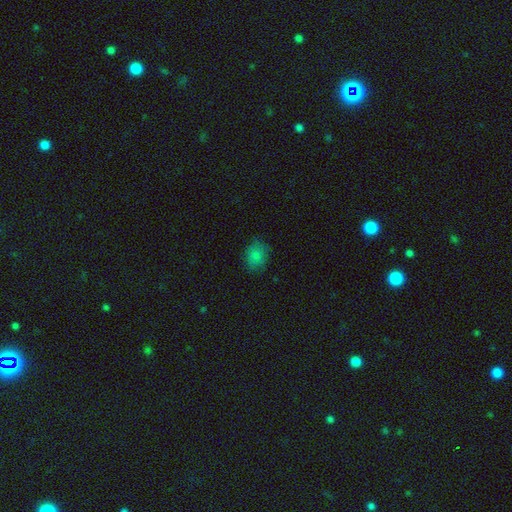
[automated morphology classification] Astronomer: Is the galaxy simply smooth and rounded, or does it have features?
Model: smooth — 82%.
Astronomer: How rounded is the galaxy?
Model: in between — 50% (runner-up: round, 49%).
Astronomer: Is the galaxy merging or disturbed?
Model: none — 77%.